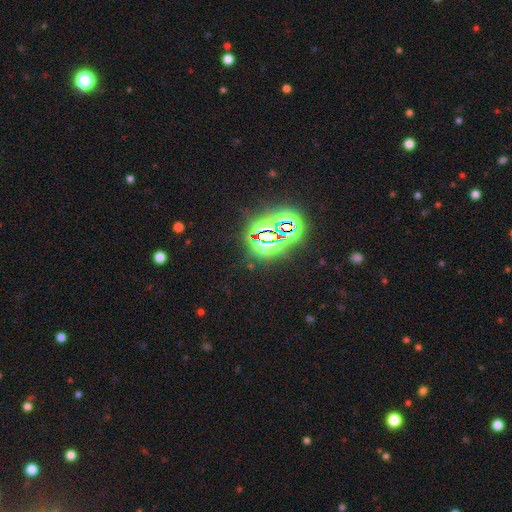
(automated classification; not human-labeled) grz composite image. It shows a star or artifact, not a galaxy (78%).